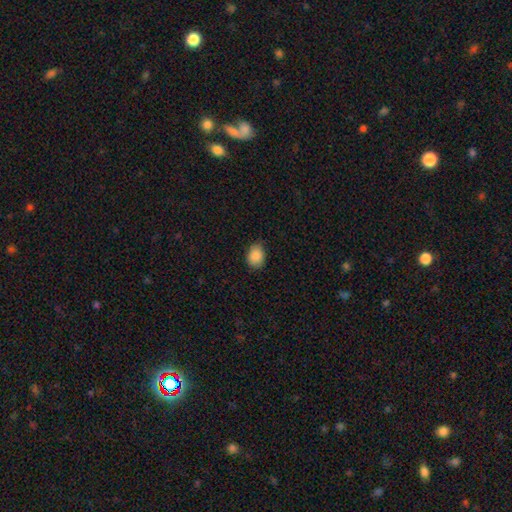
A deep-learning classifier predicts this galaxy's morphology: Smooth or featured? Predicted: smooth (p=0.88). How rounded? Predicted: in between (p=0.62). Merging? Predicted: none (p=0.77).